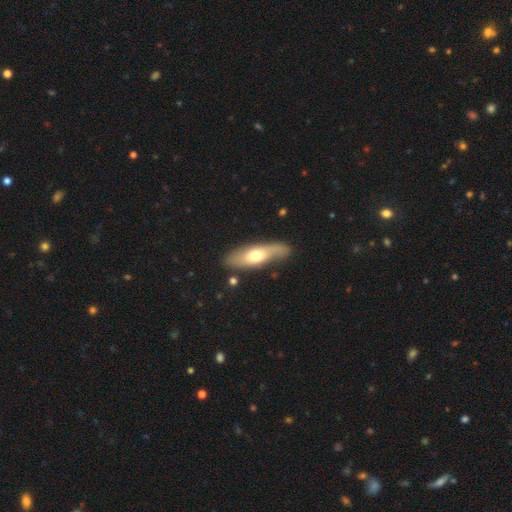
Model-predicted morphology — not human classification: type=smooth (55%); roundness=in between (55%); merging=none (78%).